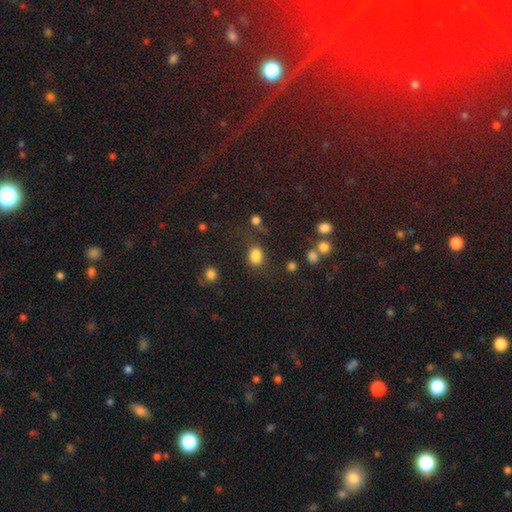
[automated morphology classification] Q: Smooth or featured?
A: smooth (81%); runner-up: star or artifact (13%)
Q: How rounded?
A: in between (54%); runner-up: round (44%)
Q: Merging?
A: none (63%); runner-up: minor disturbance (19%)